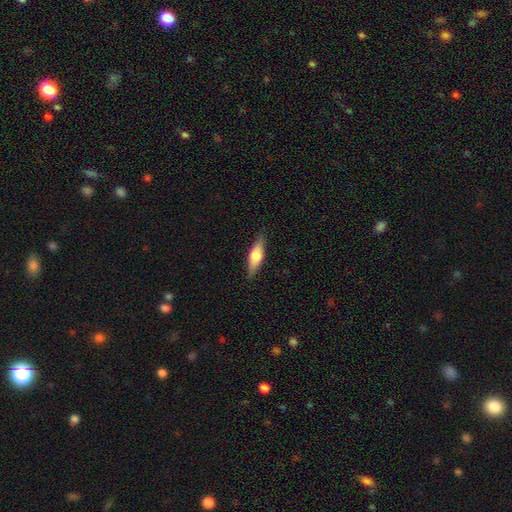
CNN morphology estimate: Overall: smooth (61%; featured or disk 34%). How rounded: cigar-shaped (50%; in between 47%). Merging: none (87%).